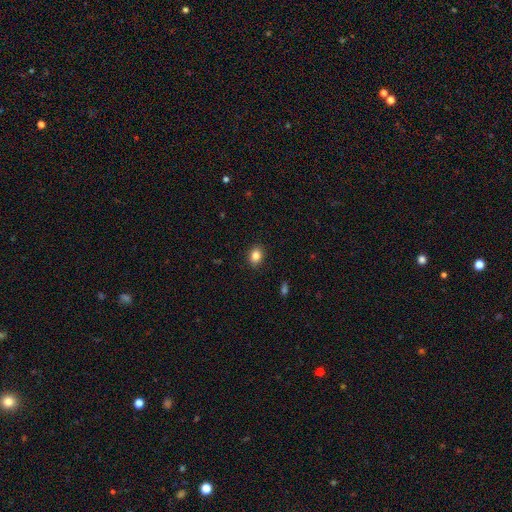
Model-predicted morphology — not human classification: A smooth galaxy with no disk features (85%) that is in between round and cigar-shaped (58%). Merging: none (89%).